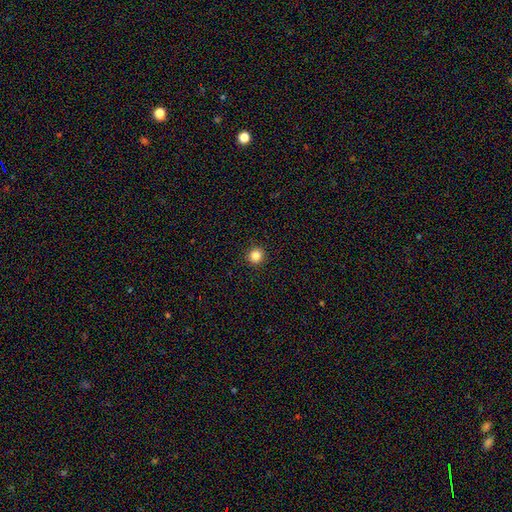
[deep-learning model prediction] smooth_or_featured: smooth (p=0.84) [alt: star or artifact p=0.12]
how_rounded: round (p=0.94) [alt: in between p=0.05]
merging: none (p=0.93) [alt: minor disturbance p=0.05]